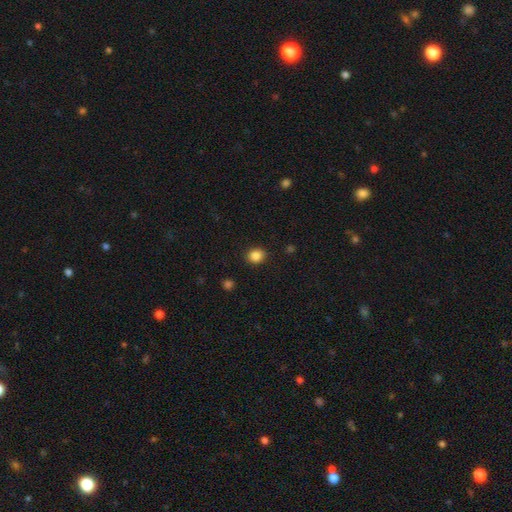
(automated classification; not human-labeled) Morphology: type=smooth (86%); roundness=round (68%); merging=none (88%).